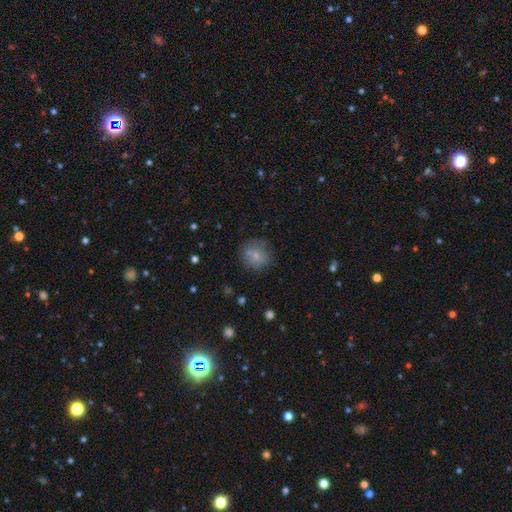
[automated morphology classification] The model was most divided on "merging": none: 67%, minor disturbance: 15%, merger: 12%, major disturbance: 6%. More confident: how rounded — round (88%); smooth or featured — smooth (72%).